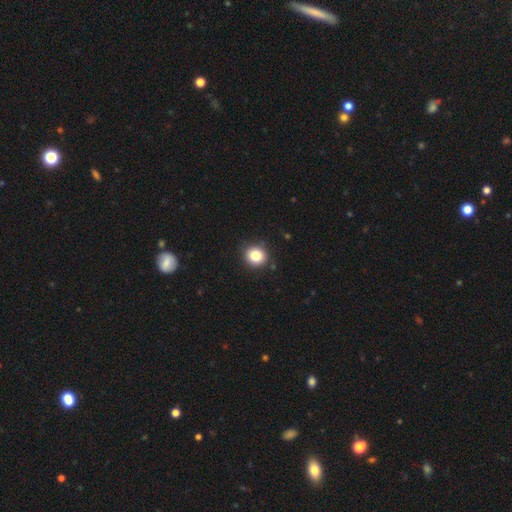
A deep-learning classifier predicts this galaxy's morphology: This is clearly a smooth galaxy (83%). How rounded: clearly round (87%). Merging: clearly none (89%).